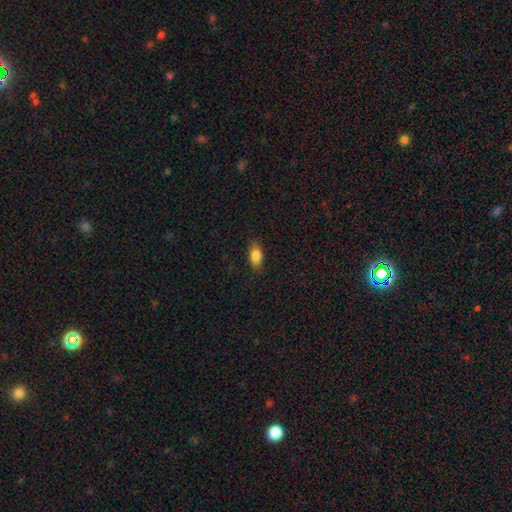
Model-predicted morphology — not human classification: Smooth or featured: smooth — 82% (featured or disk — 10%)
How rounded: in between — 86% (cigar-shaped — 10%)
Merging: none — 83% (minor disturbance — 13%)